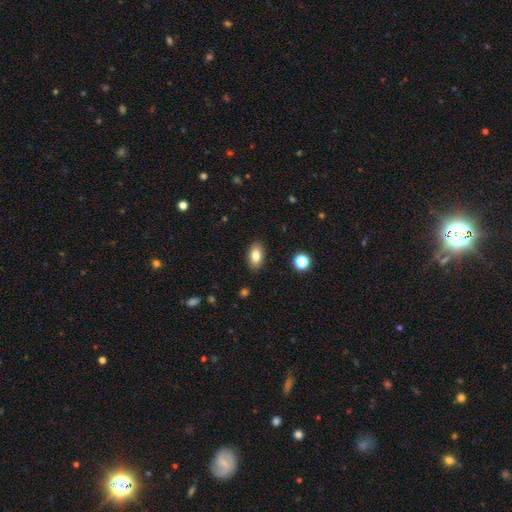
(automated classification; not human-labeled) A smooth galaxy with no disk features (81%) that is in between round and cigar-shaped (90%).

Vote fractions:
- Smooth or featured? smooth: 81% / featured or disk: 11% / star or artifact: 8%
- How rounded? in between: 90% / round: 6% / cigar-shaped: 4%
- Merging? none: 88% / minor disturbance: 9% / major disturbance: 2% / merger: 1%